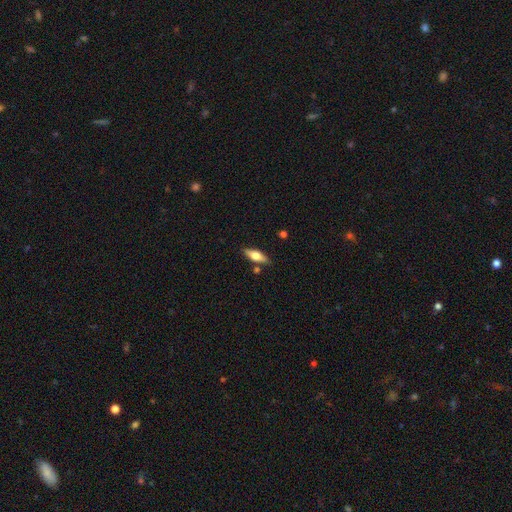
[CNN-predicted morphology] smooth 48%, featured or disk 46%, star or artifact 7%. Down the decision tree: merging — none (81%).